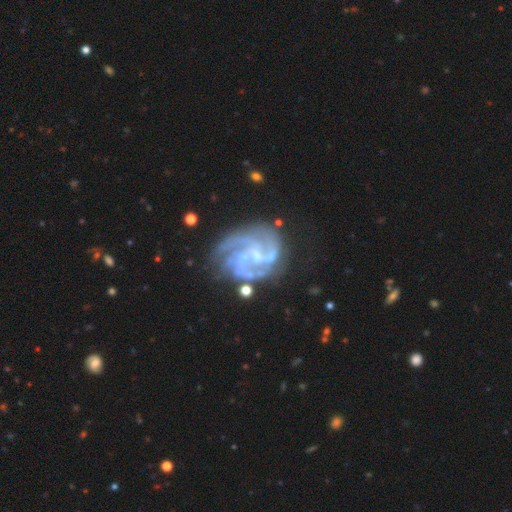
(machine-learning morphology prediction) This is clearly a featured or disk galaxy (88%). It is clearly not viewed edge-on (98%). Bar: possibly no (49%). Spiral arm pattern: clearly yes (96%). Spiral arm count: marginally 3 (35%). Spiral winding: marginally medium (45%, tied with tight). Central bulge: likely small (63%). Merging: likely none (64%).